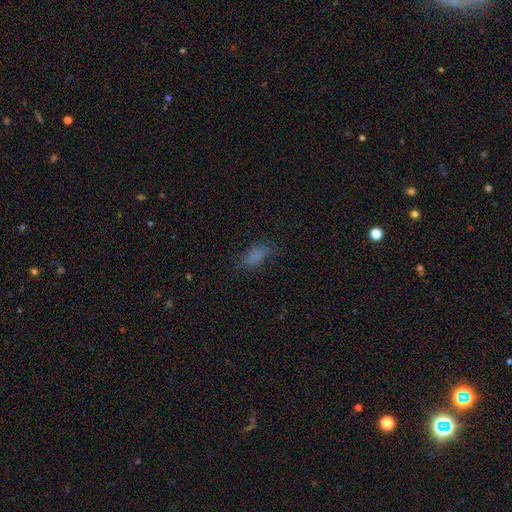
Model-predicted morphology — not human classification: smooth-or-featured: smooth: 75% | star or artifact: 15% | featured or disk: 10%
  how-rounded: in between: 81% | cigar-shaped: 14% | round: 5%
  merging: none: 63% | minor disturbance: 23% | major disturbance: 12% | merger: 2%